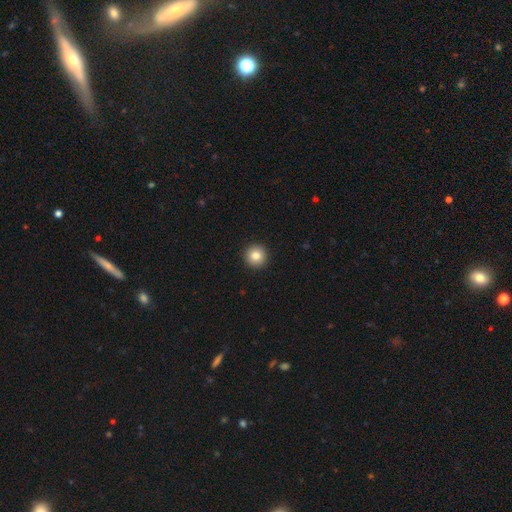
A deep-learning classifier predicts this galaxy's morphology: Smooth or featured: smooth — 84% (star or artifact — 9%)
How rounded: round — 95% (in between — 4%)
Merging: none — 93% (minor disturbance — 4%)